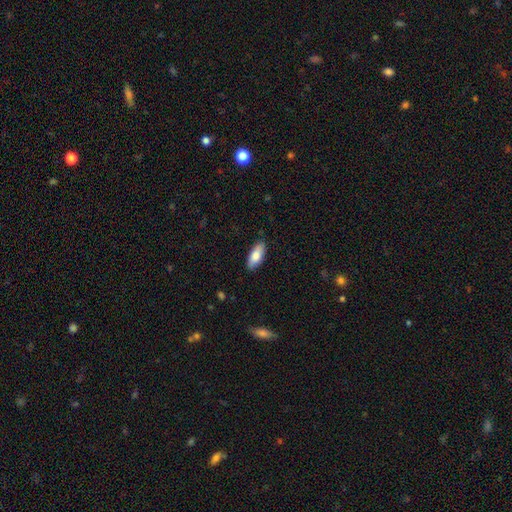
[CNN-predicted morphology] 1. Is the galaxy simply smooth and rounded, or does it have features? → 81% smooth, 13% featured or disk, 6% star or artifact.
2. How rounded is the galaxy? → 82% in between, 16% cigar-shaped, 2% round.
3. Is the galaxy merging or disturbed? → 87% none, 10% minor disturbance, 2% major disturbance, 1% merger.